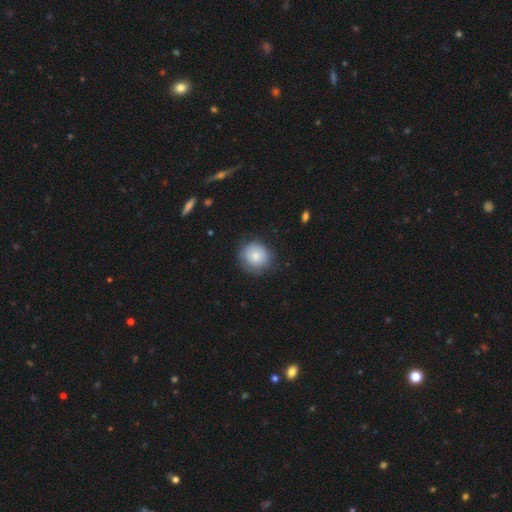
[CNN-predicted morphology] This is likely a smooth galaxy (79%). How rounded: clearly round (87%). Merging: likely none (76%).